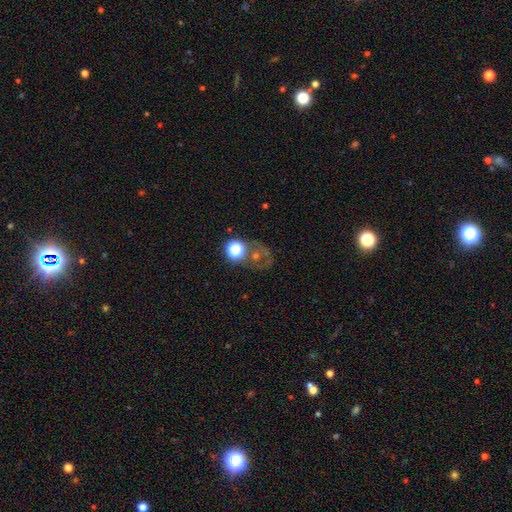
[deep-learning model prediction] This appears to be a star or artifact, not a galaxy (39%).